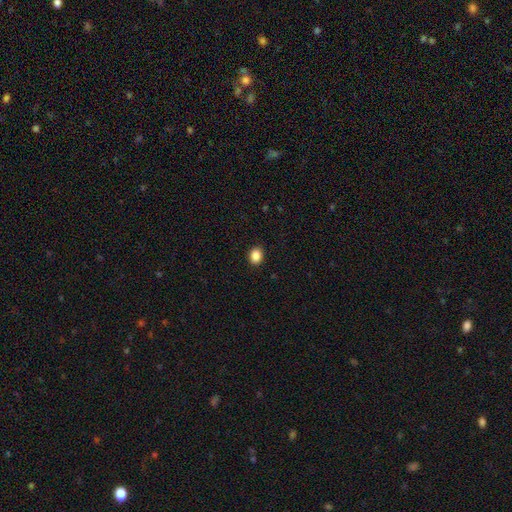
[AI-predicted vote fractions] Smooth or featured?
  - smooth: 87% *
  - star or artifact: 9%
  - featured or disk: 3%
How rounded?
  - round: 53% *
  - in between: 46%
  - cigar-shaped: 1%
Merging?
  - none: 91% *
  - minor disturbance: 6%
  - major disturbance: 2%
  - merger: 1%